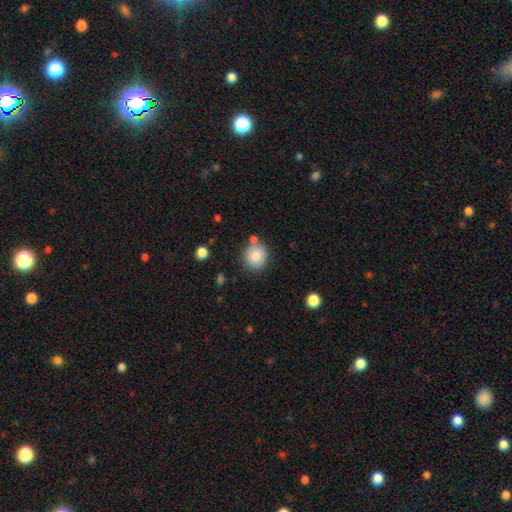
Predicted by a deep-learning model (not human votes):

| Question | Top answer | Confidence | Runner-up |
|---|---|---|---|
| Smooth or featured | smooth | 84% | star or artifact (9%) |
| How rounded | round | 88% | in between (11%) |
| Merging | none | 76% | minor disturbance (11%) |